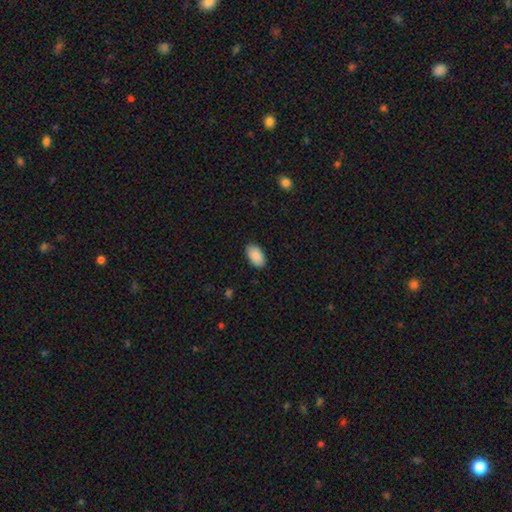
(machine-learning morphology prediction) smooth_or_featured: smooth (p=0.91) [alt: star or artifact p=0.06]
how_rounded: in between (p=0.95) [alt: round p=0.03]
merging: none (p=0.89) [alt: minor disturbance p=0.08]